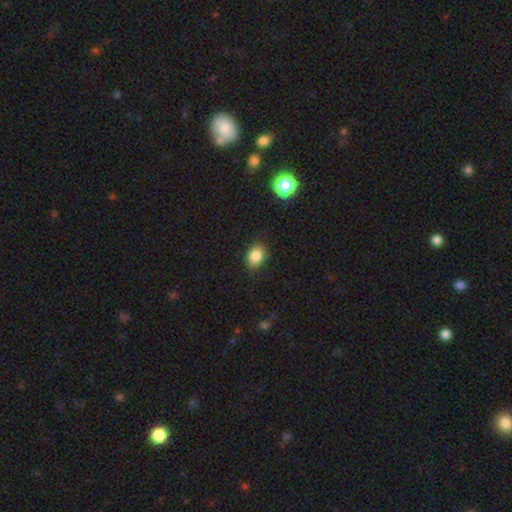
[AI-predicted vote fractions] Smooth or featured: smooth — 84% (star or artifact — 10%)
How rounded: in between — 65% (round — 34%)
Merging: none — 84% (minor disturbance — 12%)